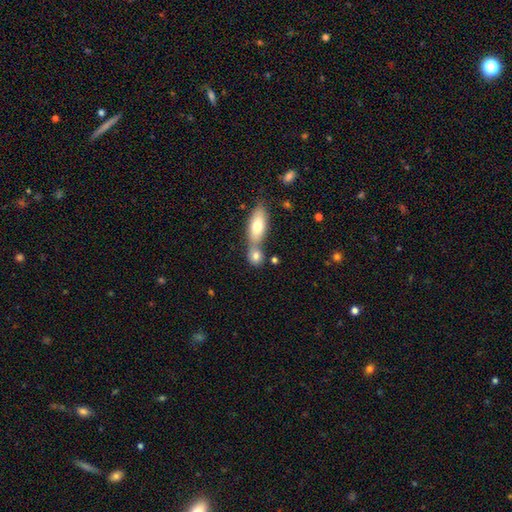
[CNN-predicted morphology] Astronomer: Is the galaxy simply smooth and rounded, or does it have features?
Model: smooth — 79%.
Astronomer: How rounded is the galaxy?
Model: round — 50% (runner-up: in between, 42%).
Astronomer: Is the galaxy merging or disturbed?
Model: merger — 50% (runner-up: none, 39%).